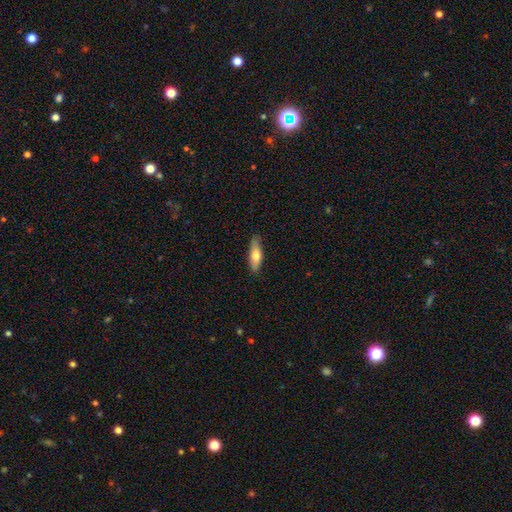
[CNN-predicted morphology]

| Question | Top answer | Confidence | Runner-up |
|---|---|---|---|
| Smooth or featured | smooth | 67% | featured or disk (27%) |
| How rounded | in between | 50% | cigar-shaped (48%) |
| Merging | none | 85% | minor disturbance (12%) |